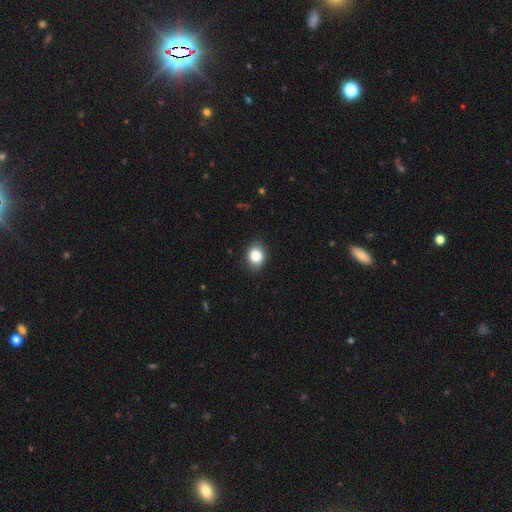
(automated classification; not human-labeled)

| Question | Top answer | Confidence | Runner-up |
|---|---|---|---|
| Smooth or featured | smooth | 85% | star or artifact (9%) |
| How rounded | in between | 53% | round (46%) |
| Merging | none | 82% | minor disturbance (14%) |